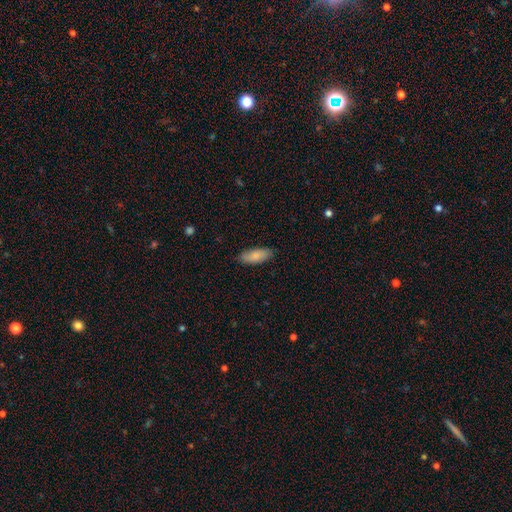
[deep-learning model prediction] smooth_or_featured: smooth (p=0.85) [alt: featured or disk p=0.10]
how_rounded: in between (p=0.75) [alt: cigar-shaped p=0.24]
merging: none (p=0.85) [alt: minor disturbance p=0.12]